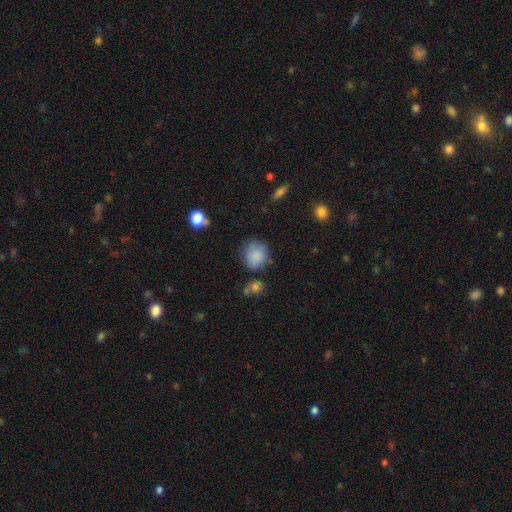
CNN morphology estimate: Smooth or featured? Predicted: smooth (p=0.83). How rounded? Predicted: round (p=0.83). Merging? Predicted: none (p=0.68).